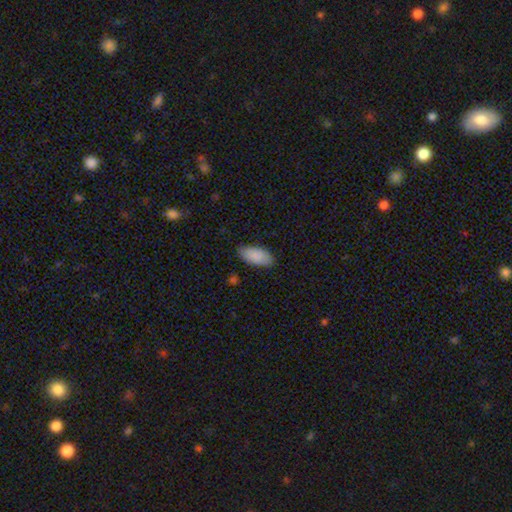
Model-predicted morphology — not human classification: Overall: smooth (90%). How rounded: in between (93%). Merging: none (84%).